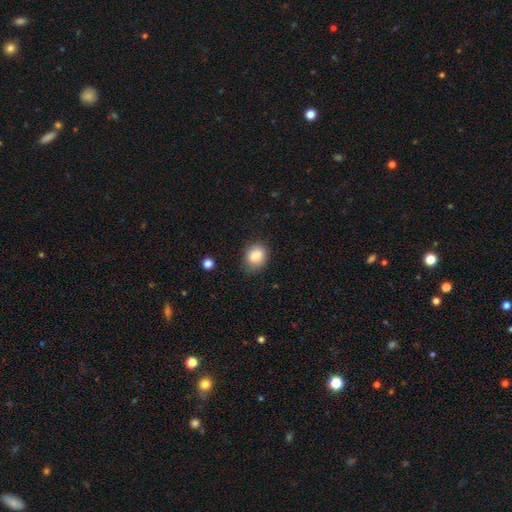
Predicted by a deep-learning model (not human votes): Q: Smooth or featured?
A: smooth (85%); runner-up: star or artifact (9%)
Q: How rounded?
A: in between (54%); runner-up: round (46%)
Q: Merging?
A: none (76%); runner-up: minor disturbance (18%)